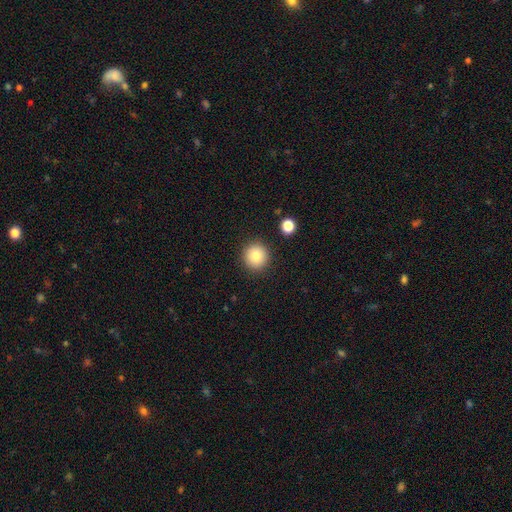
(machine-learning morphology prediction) This appears to be a smooth galaxy with no disk features (81%) that is round (95%). Merging: none (90%).